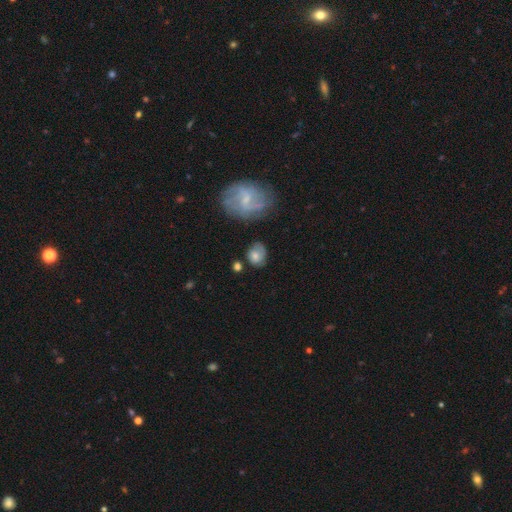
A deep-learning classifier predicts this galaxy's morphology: smooth-or-featured: smooth: 61% | featured or disk: 29% | star or artifact: 10%
  how-rounded: round: 63% | in between: 36% | cigar-shaped: 1%
  merging: none: 65% | minor disturbance: 21% | major disturbance: 9% | merger: 6%